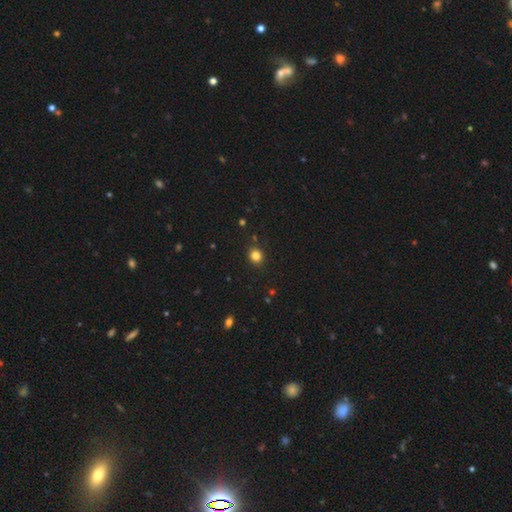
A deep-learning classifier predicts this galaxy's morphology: A smooth galaxy with no disk features (82%) that is round (81%).

Vote fractions:
- Smooth or featured? smooth: 82% / star or artifact: 13% / featured or disk: 4%
- How rounded? round: 81% / in between: 18% / cigar-shaped: 1%
- Merging? none: 89% / minor disturbance: 8% / major disturbance: 2% / merger: 2%